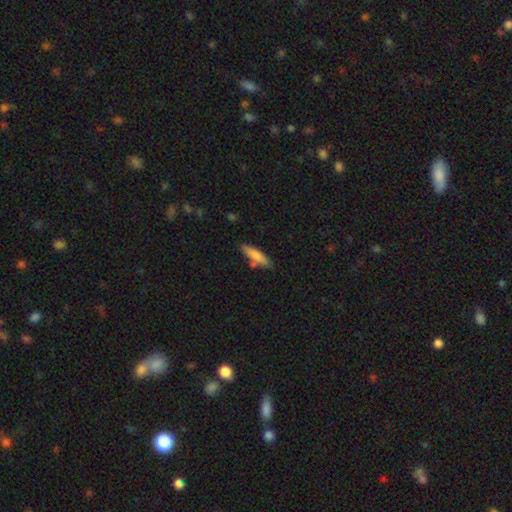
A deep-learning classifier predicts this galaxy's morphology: type=smooth (75%); roundness=cigar-shaped (75%); merging=none (75%).